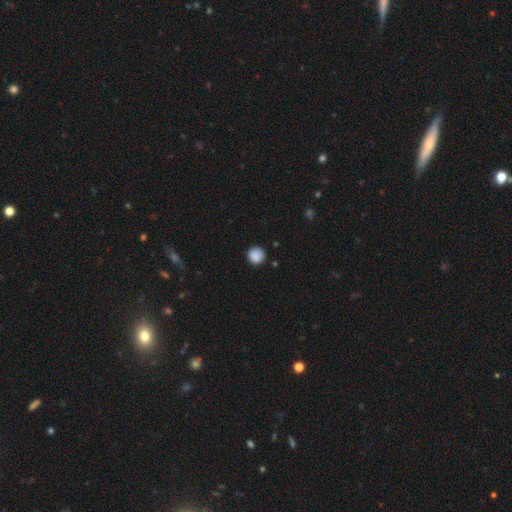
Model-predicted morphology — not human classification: Q: Smooth or featured?
A: smooth (88%); runner-up: star or artifact (9%)
Q: How rounded?
A: round (95%); runner-up: in between (4%)
Q: Merging?
A: none (90%); runner-up: minor disturbance (7%)